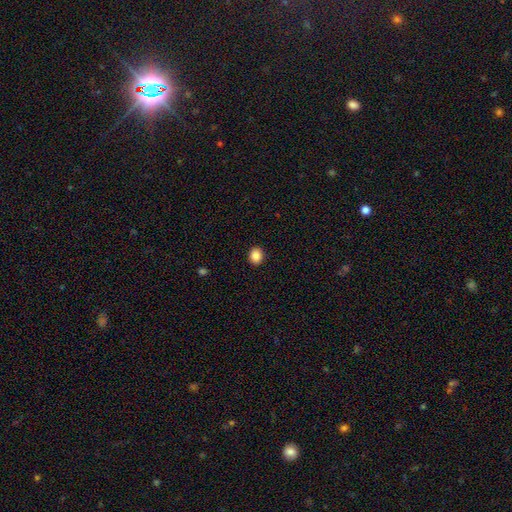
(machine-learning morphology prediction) smooth 86%, star or artifact 9%, featured or disk 5%. Down the decision tree: how rounded — round (65%); merging — none (92%).